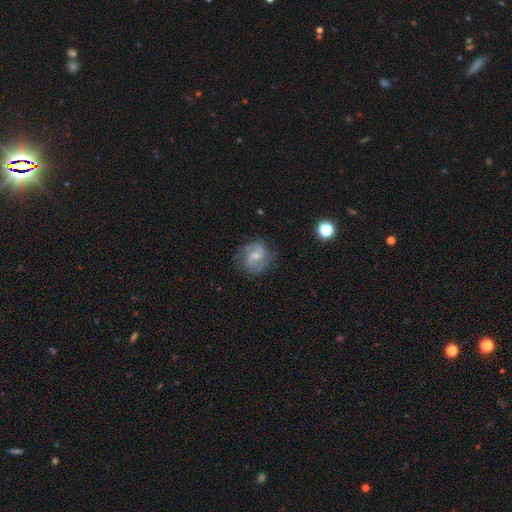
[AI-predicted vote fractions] Smooth or featured?
  - featured or disk: 72% *
  - smooth: 21%
  - star or artifact: 7%
Edge-on disk?
  - no: 98% *
  - yes: 2%
Bar?
  - weak: 52% *
  - no: 39%
  - strong: 9%
Spiral arms?
  - yes: 93% *
  - no: 7%
Spiral winding?
  - medium: 49% *
  - tight: 31%
  - loose: 20%
Spiral arm count?
  - 2: 76% *
  - can't tell: 12%
  - 3: 6%
  - 1: 3%
  - 4: 2%
  - more than 4: 2%
Bulge size?
  - small: 49% *
  - moderate: 42%
  - none: 6%
  - large: 2%
  - dominant: 1%
Merging?
  - none: 74% *
  - minor disturbance: 18%
  - major disturbance: 7%
  - merger: 1%